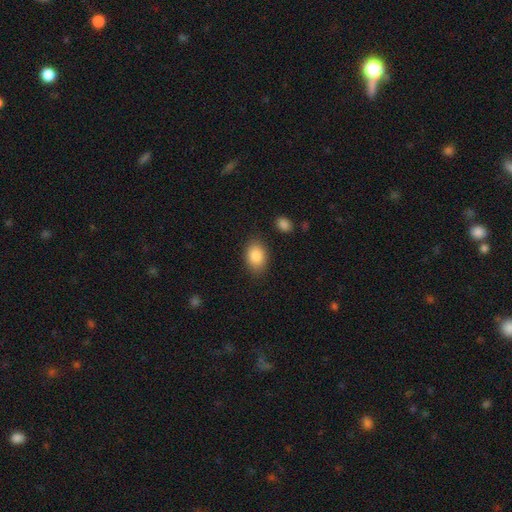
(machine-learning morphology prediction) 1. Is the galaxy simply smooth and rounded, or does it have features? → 87% smooth, 7% star or artifact, 6% featured or disk.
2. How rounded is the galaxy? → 81% in between, 18% round, 1% cigar-shaped.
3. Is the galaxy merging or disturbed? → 84% none, 11% minor disturbance, 3% major disturbance, 2% merger.